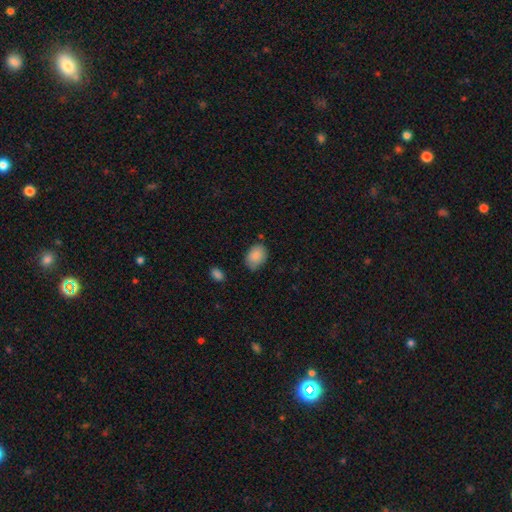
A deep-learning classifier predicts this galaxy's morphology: Overall: smooth (86%). How rounded: in between (76%). Merging: none (70%).